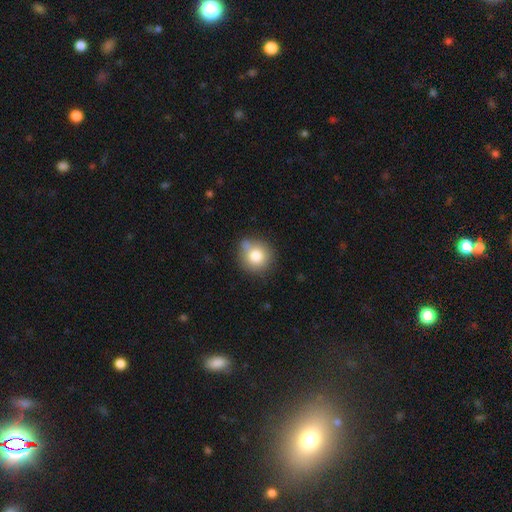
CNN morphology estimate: A smooth galaxy with no disk features (80%) that is round (91%). Merging: none (68%).